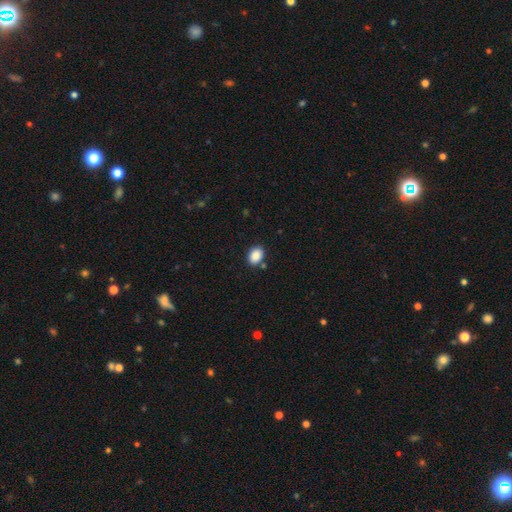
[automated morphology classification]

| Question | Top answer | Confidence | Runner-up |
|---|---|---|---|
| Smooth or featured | smooth | 88% | star or artifact (8%) |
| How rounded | in between | 73% | round (26%) |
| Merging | none | 83% | minor disturbance (10%) |